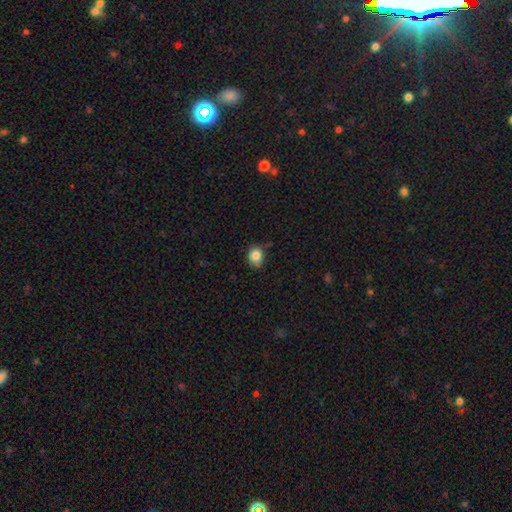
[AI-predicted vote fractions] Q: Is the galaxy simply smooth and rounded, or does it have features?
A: smooth — 83%.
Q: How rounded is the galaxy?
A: round — 68%.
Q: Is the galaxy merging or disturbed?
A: none — 65%.